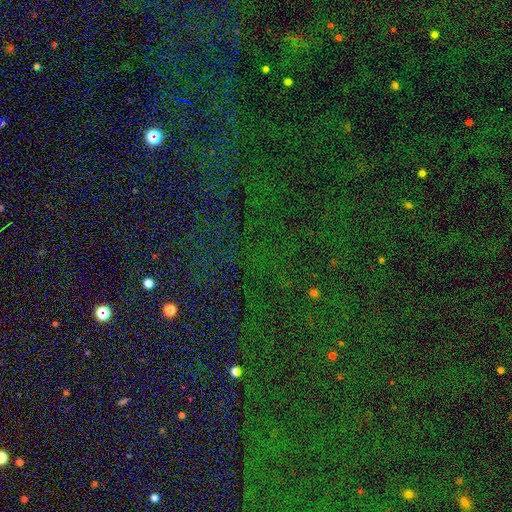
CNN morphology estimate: This is clearly a star or artifact rather than a galaxy (82%).